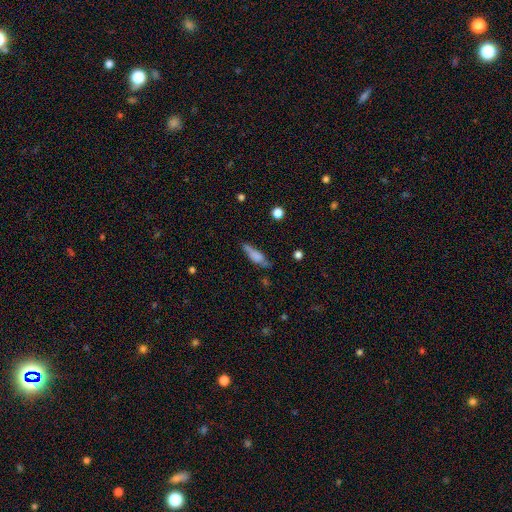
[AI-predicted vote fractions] Smooth or featured? Predicted: smooth (p=0.64). How rounded? Predicted: cigar-shaped (p=0.51). Merging? Predicted: none (p=0.48).